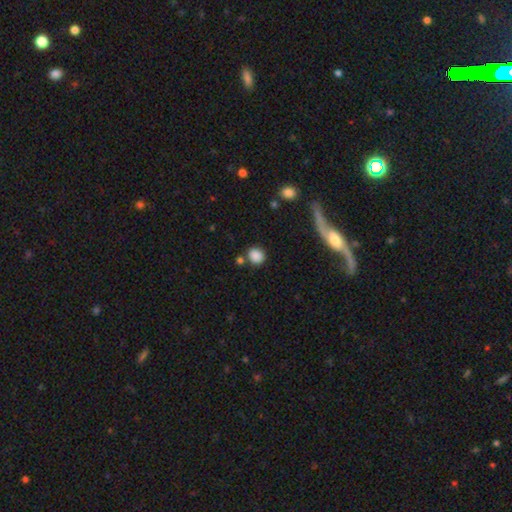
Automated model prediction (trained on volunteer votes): Smooth or featured? smooth (85%)
How rounded? round (79%)
Merging? none (74%)